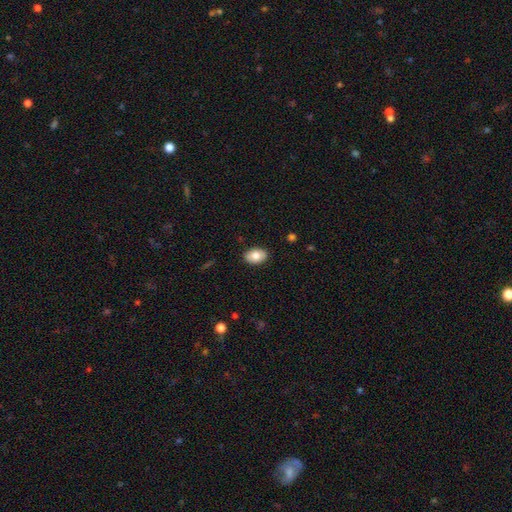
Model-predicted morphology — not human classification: type=smooth (82%); roundness=in between (89%); merging=none (89%).